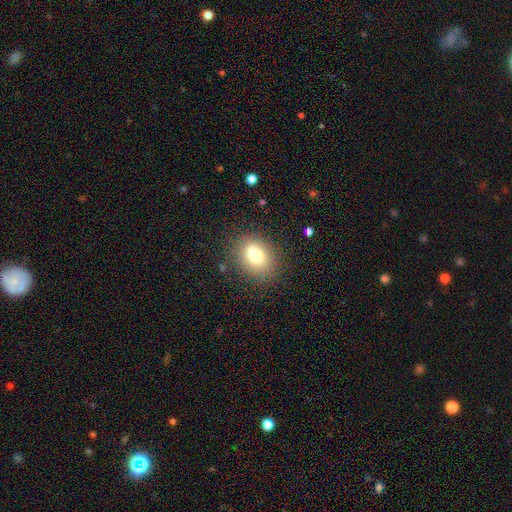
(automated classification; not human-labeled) This appears to be a smooth galaxy with no disk features (71%) that is in between round and cigar-shaped (63%). Merging: none (76%).